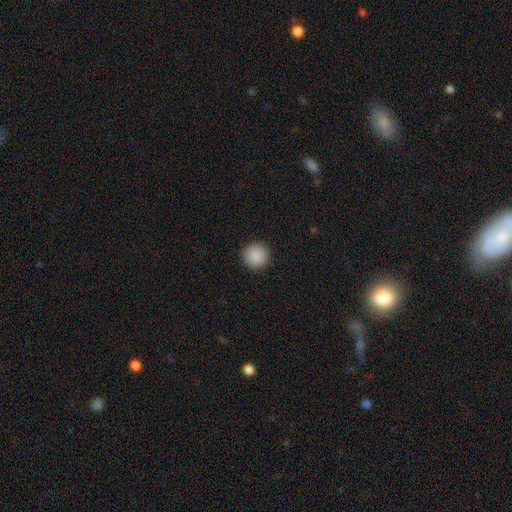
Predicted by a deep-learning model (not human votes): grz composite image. It shows a smooth galaxy with no disk features (90%) that is round (95%). Merging: none (93%).